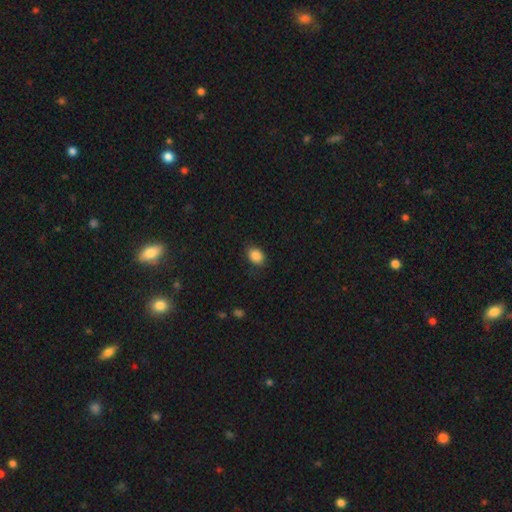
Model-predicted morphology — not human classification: This appears to be a smooth galaxy with no disk features (87%) that is in between round and cigar-shaped (69%). Merging: none (83%).